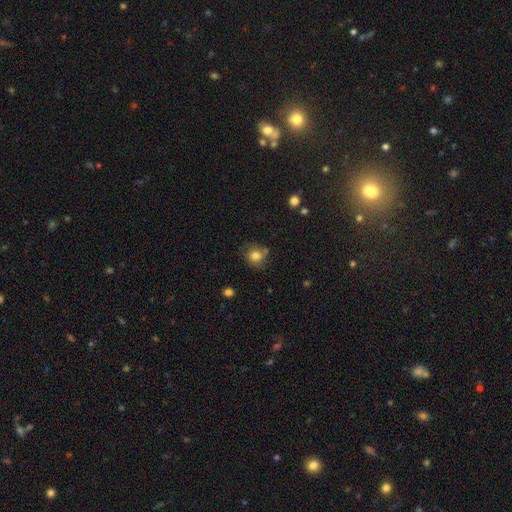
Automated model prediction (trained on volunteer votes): This appears to be a smooth galaxy with no disk features (79%) that is round (81%). Merging: none (70%).